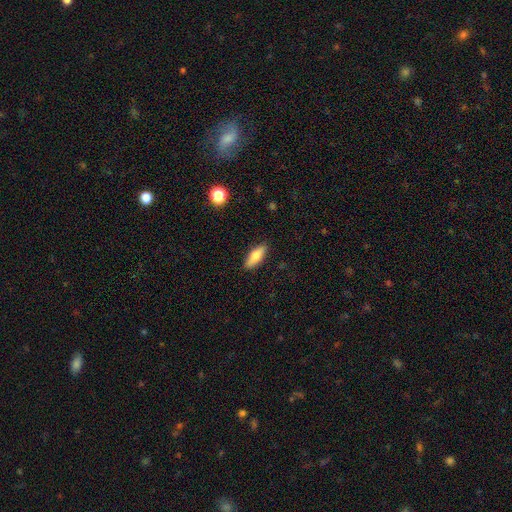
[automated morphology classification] Overall: smooth (74%). How rounded: in between (64%; cigar-shaped 33%). Merging: none (88%).